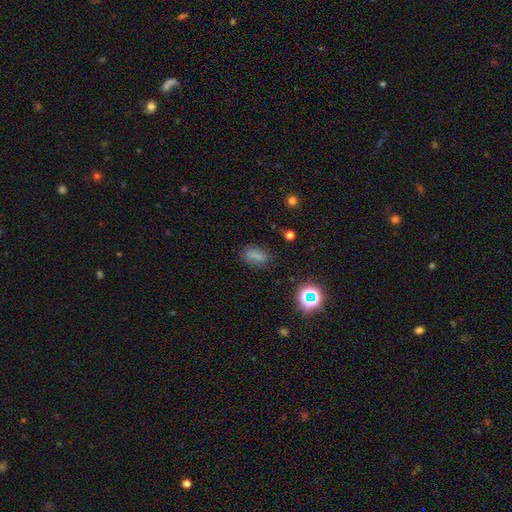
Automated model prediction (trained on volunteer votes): Q: Smooth or featured?
A: smooth (72%); runner-up: star or artifact (18%)
Q: How rounded?
A: in between (74%); runner-up: cigar-shaped (16%)
Q: Merging?
A: none (76%); runner-up: minor disturbance (16%)